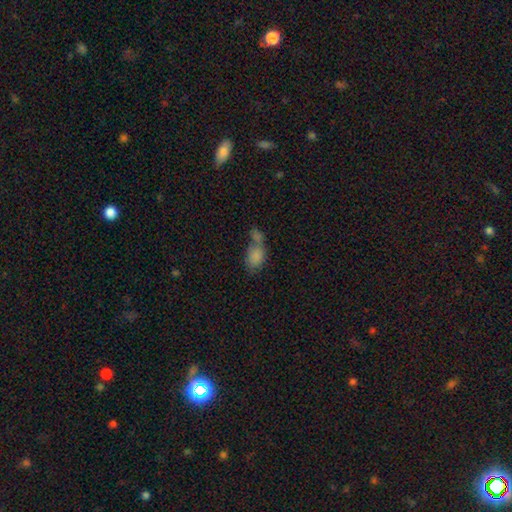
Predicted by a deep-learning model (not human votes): Overall: smooth (78%). How rounded: in between (84%). Merging: merger (58%; none 21%).